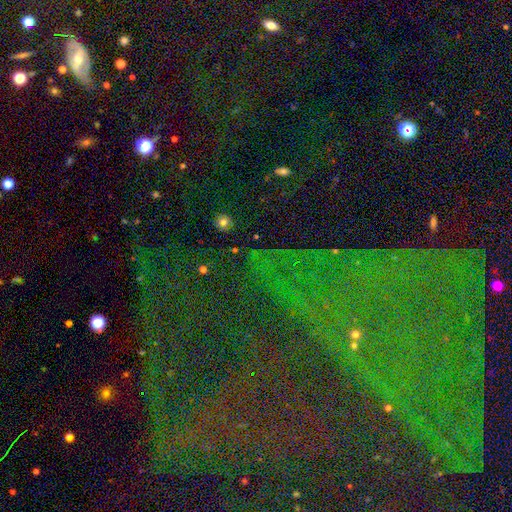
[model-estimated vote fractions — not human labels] This appears to be a star or artifact, not a galaxy (50%).